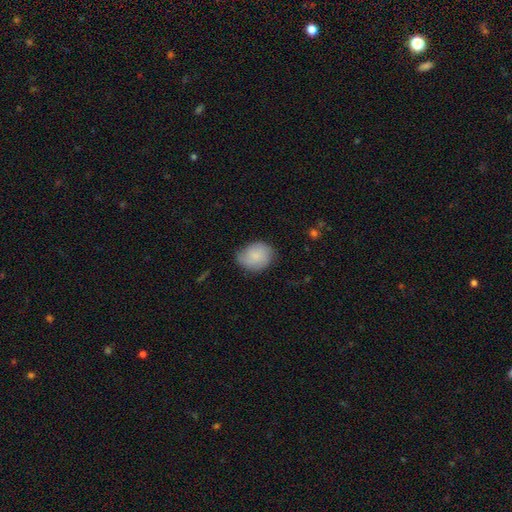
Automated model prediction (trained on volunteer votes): Smooth or featured? smooth (74%)
How rounded? in between (52%)
Merging? none (59%)